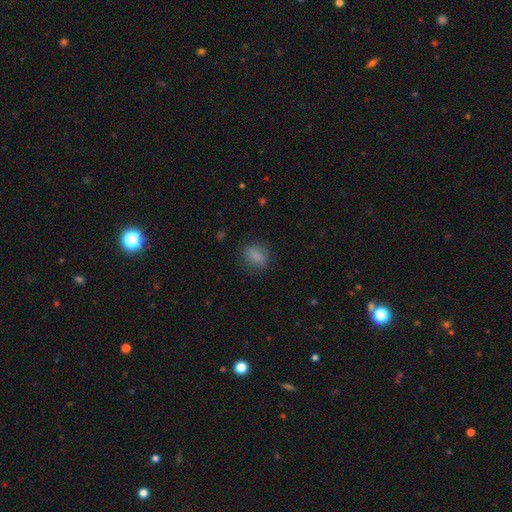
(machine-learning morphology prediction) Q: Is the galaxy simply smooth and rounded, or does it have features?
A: smooth — 84%.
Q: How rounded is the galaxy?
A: round — 52%.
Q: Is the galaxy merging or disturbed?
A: none — 80%.